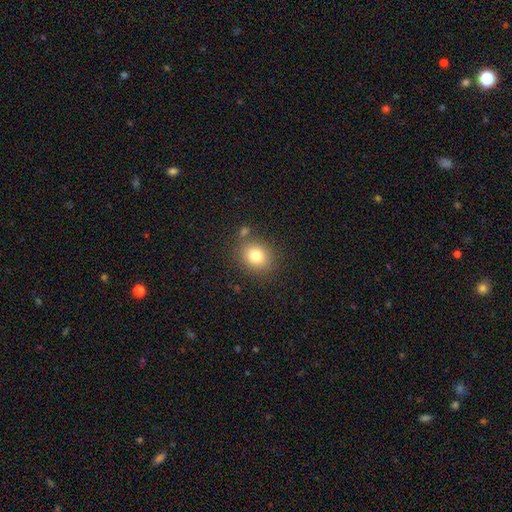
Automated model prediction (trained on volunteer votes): Overall: smooth (80%). How rounded: round (63%; in between 36%). Merging: none (78%).